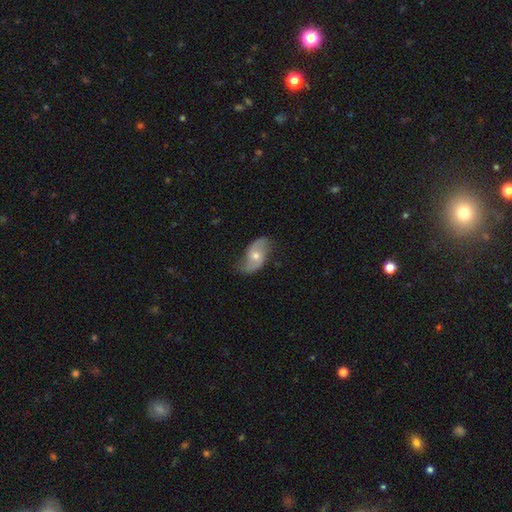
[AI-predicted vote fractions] Morphology: type=featured or disk (72%); edge-on=no (95%); bar=no (59%); spiral arms=yes (90%); winding=loose (62%); arm count=2 (91%); bulge=moderate (59%); merging=none (75%).